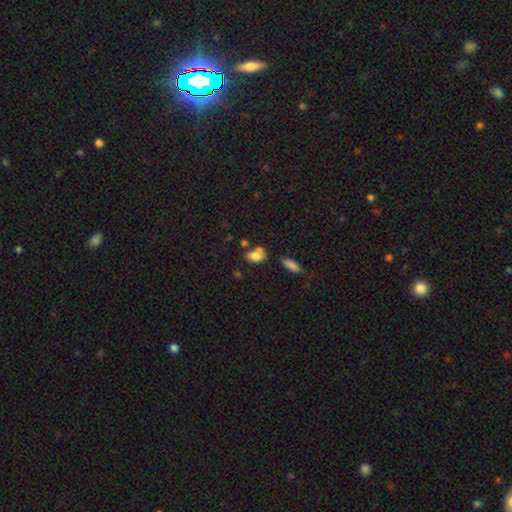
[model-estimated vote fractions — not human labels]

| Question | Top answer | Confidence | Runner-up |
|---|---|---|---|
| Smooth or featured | smooth | 79% | featured or disk (12%) |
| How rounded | in between | 82% | round (15%) |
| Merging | none | 49% | merger (27%) |